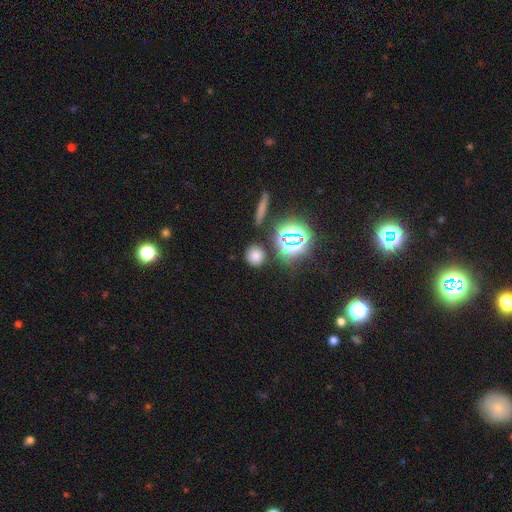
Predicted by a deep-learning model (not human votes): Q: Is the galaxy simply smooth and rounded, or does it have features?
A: smooth — 71%.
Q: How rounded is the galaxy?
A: round — 85%.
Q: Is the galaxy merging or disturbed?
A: none — 85%.